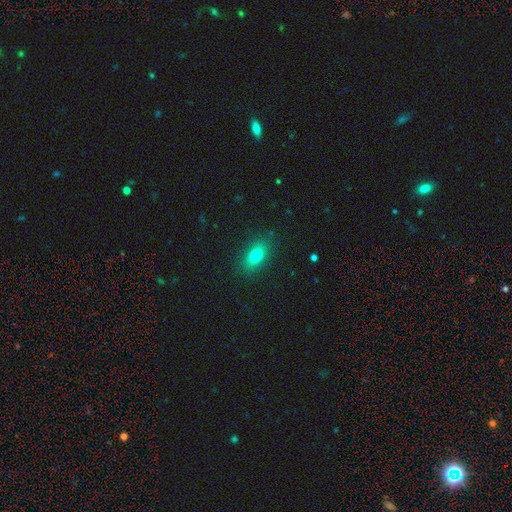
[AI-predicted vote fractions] The model was most divided on "smooth or featured": smooth: 78%, featured or disk: 12%, star or artifact: 10%. More confident: merging — none (87%); how rounded — in between (82%).